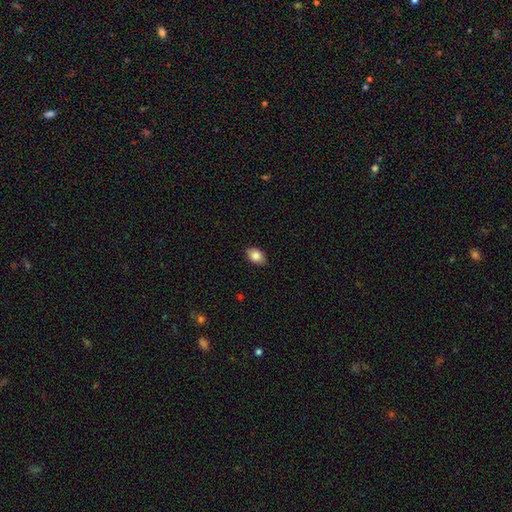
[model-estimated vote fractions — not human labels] Smooth or featured?
  - smooth: 86% *
  - star or artifact: 8%
  - featured or disk: 6%
How rounded?
  - in between: 85% *
  - round: 14%
  - cigar-shaped: 1%
Merging?
  - none: 88% *
  - minor disturbance: 9%
  - major disturbance: 2%
  - merger: 1%